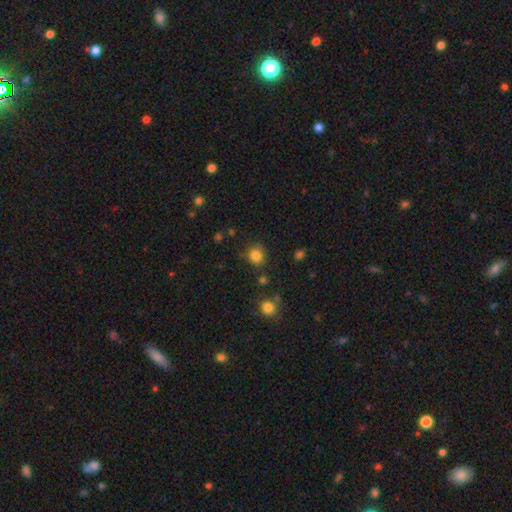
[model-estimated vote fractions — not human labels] A smooth galaxy with no disk features (83%) that is round (83%). Merging: none (78%).